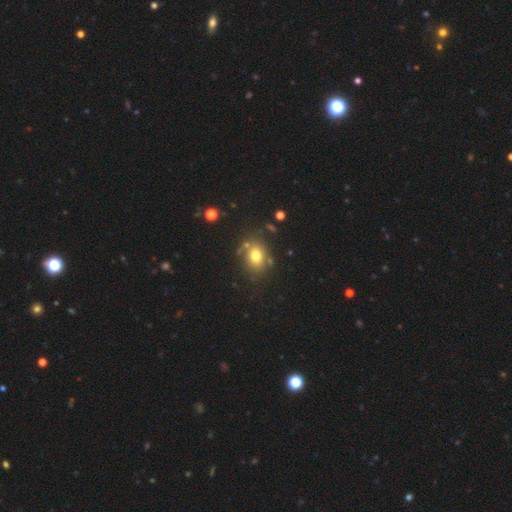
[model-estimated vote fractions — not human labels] smooth 74%, featured or disk 13%, star or artifact 13%. Down the decision tree: how rounded — in between (53%); merging — none (71%).